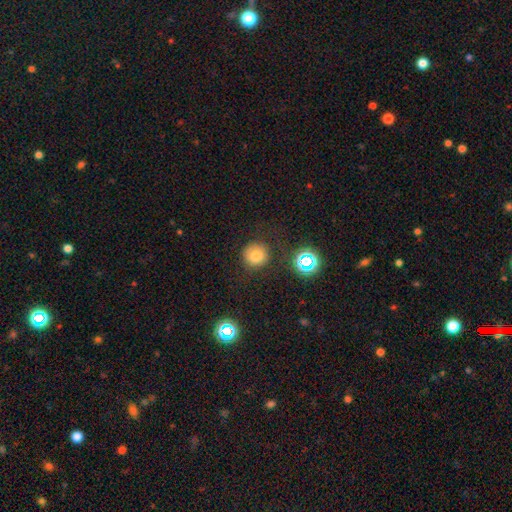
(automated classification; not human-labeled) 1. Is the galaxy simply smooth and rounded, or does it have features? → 75% smooth, 16% star or artifact, 8% featured or disk.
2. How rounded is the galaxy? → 92% round, 7% in between, 1% cigar-shaped.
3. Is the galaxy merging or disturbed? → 79% none, 12% minor disturbance, 6% major disturbance, 3% merger.